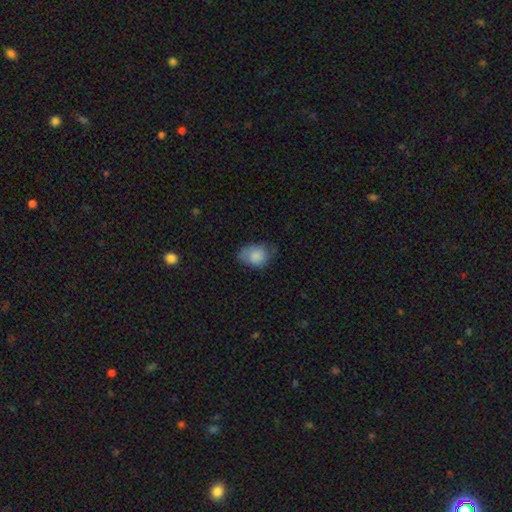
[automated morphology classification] This appears to be a smooth galaxy with no disk features (80%) that is in between round and cigar-shaped (73%). Merging: none (53%).